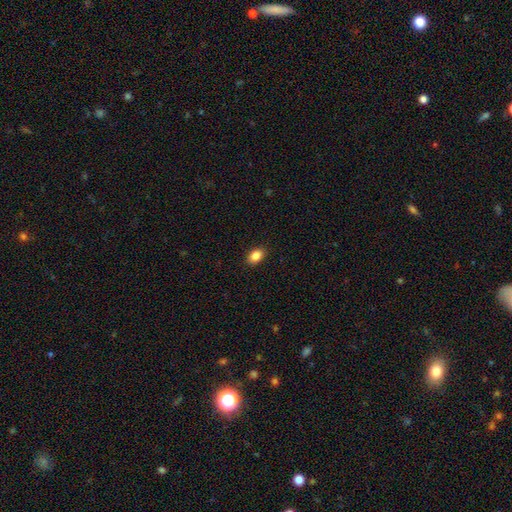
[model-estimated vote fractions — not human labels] A smooth galaxy with no disk features (86%) that is in between round and cigar-shaped (84%). Merging: none (89%).